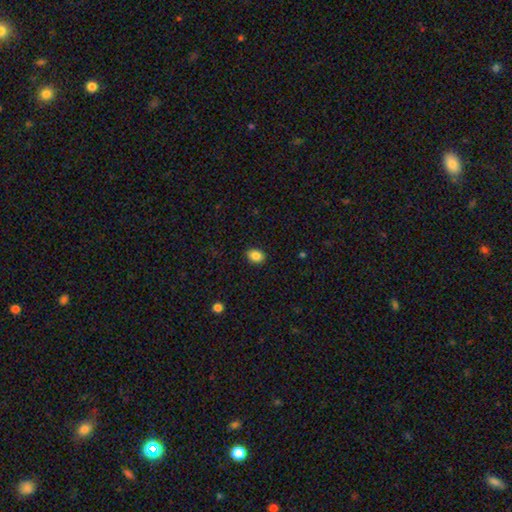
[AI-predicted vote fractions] The model was most divided on "how rounded": in between: 63%, round: 36%, cigar-shaped: 1%. More confident: merging — none (89%); smooth or featured — smooth (87%).